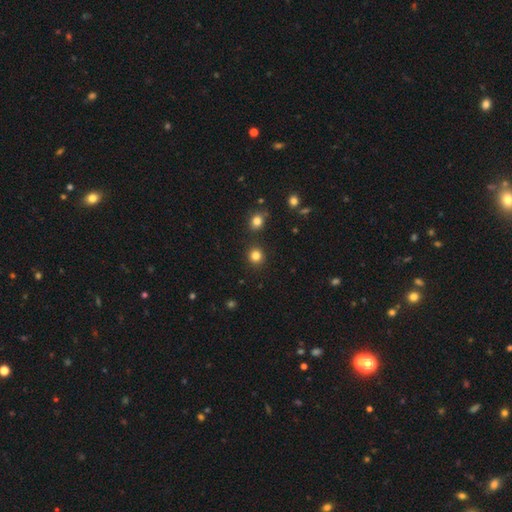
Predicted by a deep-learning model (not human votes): A smooth galaxy with no disk features (83%) that is round (90%). Merging: none (89%).